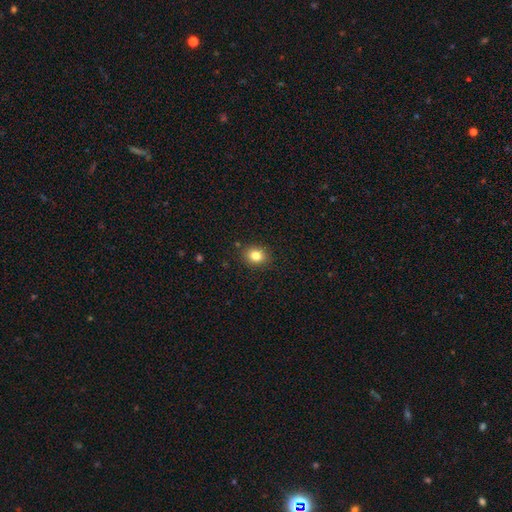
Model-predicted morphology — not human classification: Q: Smooth or featured?
A: smooth (82%); runner-up: star or artifact (11%)
Q: How rounded?
A: round (64%); runner-up: in between (35%)
Q: Merging?
A: none (88%); runner-up: minor disturbance (8%)